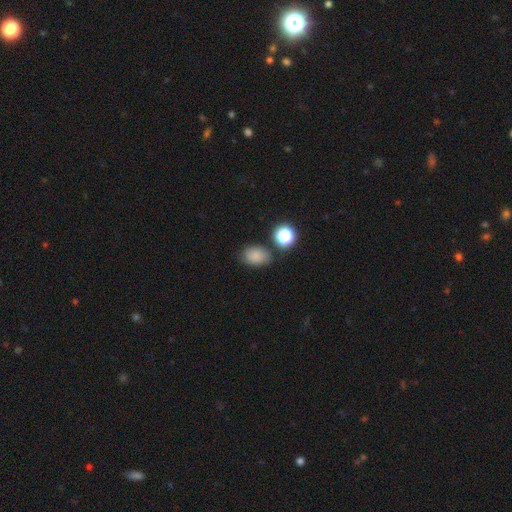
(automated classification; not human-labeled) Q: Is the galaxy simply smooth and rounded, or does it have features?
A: smooth — 80%.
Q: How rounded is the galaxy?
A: in between — 74%.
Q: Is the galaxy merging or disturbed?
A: none — 72%.